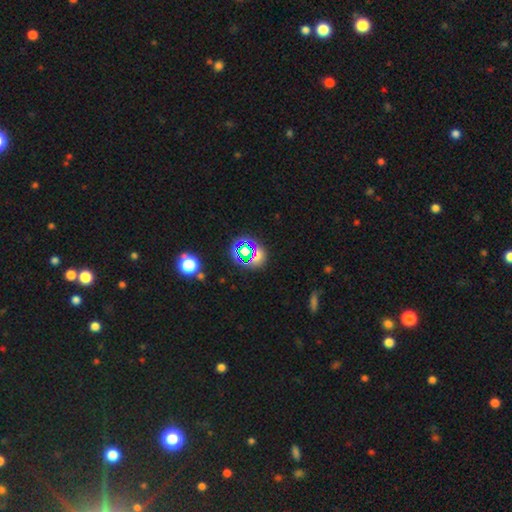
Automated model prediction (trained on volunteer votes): Smooth or featured? Predicted: star or artifact (p=0.58).